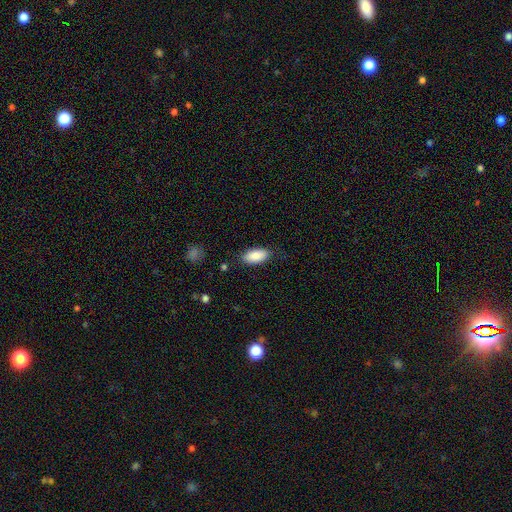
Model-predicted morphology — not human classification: Smooth or featured: smooth — 86% (featured or disk — 8%)
How rounded: in between — 91% (cigar-shaped — 7%)
Merging: none — 83% (minor disturbance — 12%)